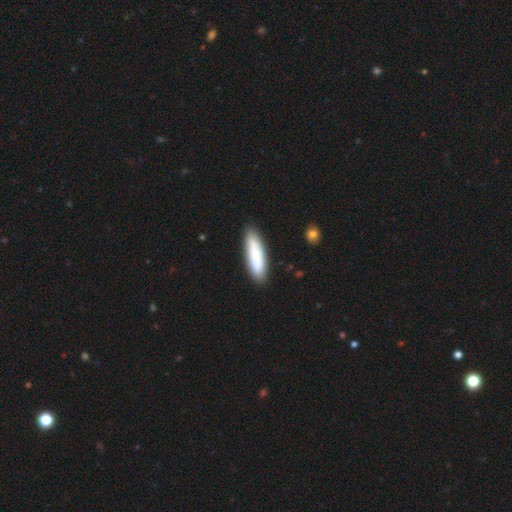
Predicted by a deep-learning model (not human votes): Q: Smooth or featured?
A: smooth (80%); runner-up: featured or disk (14%)
Q: How rounded?
A: cigar-shaped (63%); runner-up: in between (36%)
Q: Merging?
A: none (83%); runner-up: minor disturbance (12%)